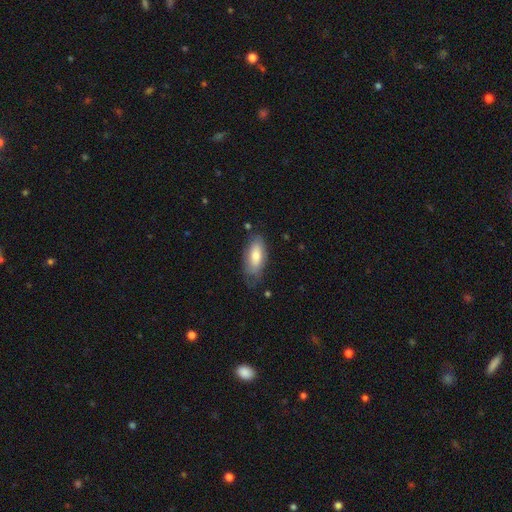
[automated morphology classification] Smooth or featured?
  - smooth: 72% *
  - featured or disk: 23%
  - star or artifact: 6%
How rounded?
  - in between: 83% *
  - cigar-shaped: 15%
  - round: 2%
Merging?
  - none: 66% *
  - minor disturbance: 26%
  - major disturbance: 6%
  - merger: 2%